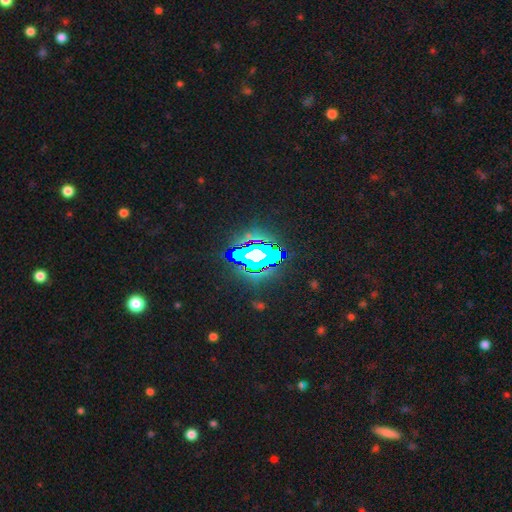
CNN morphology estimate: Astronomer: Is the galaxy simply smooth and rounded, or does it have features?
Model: star or artifact — 72%.